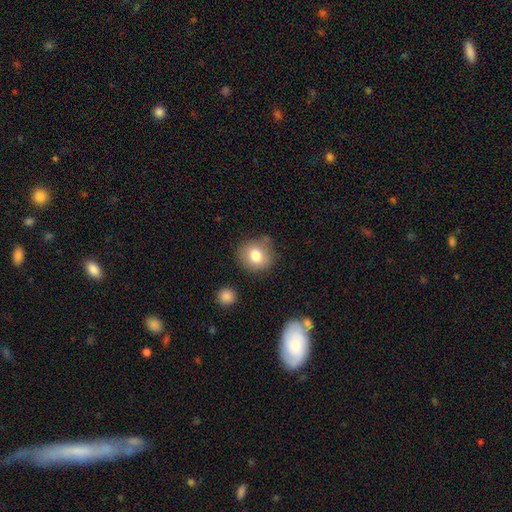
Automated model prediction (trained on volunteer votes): Smooth or featured: smooth — 79% (featured or disk — 11%)
How rounded: round — 77% (in between — 22%)
Merging: none — 73% (minor disturbance — 18%)